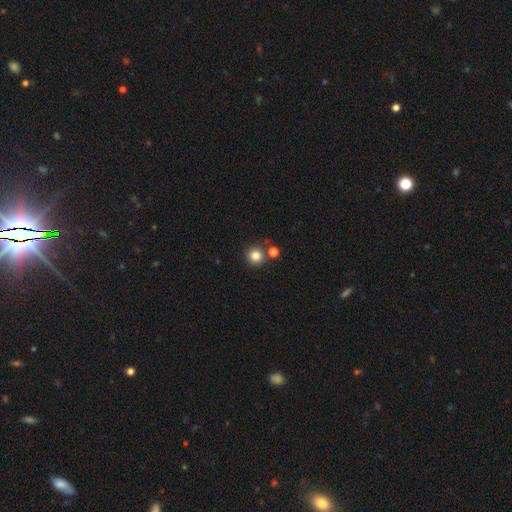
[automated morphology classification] A smooth galaxy with no disk features (83%) that is round (94%). Merging: none (78%).